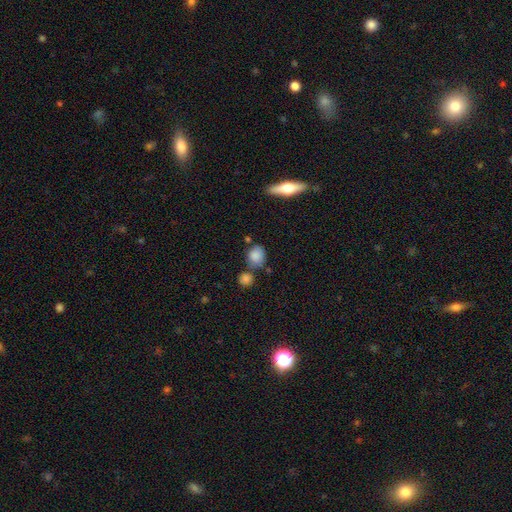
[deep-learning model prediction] This is clearly a smooth galaxy (83%). How rounded: possibly round (57%). Merging: likely none (60%).